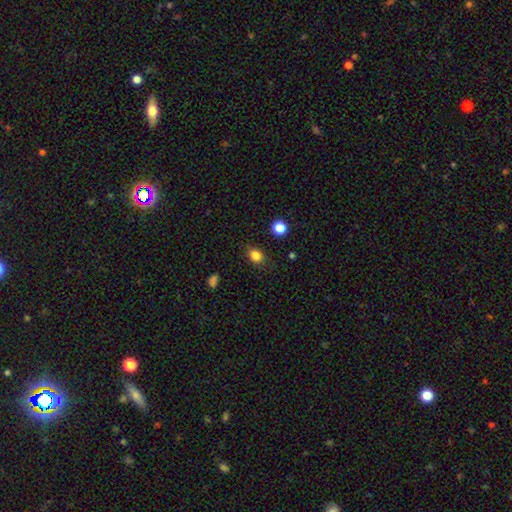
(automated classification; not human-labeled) smooth 84%, star or artifact 11%, featured or disk 5%. Down the decision tree: how rounded — in between (54%); merging — none (82%).